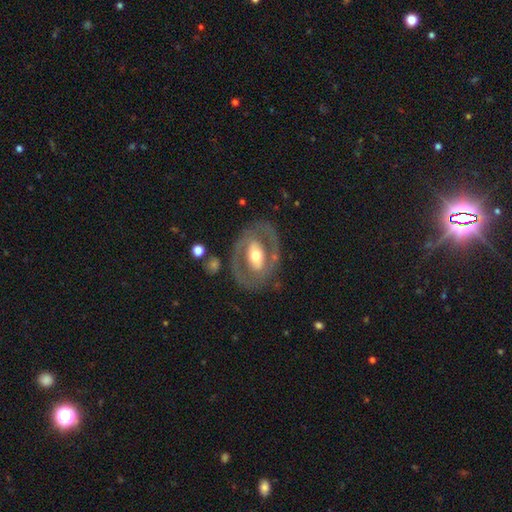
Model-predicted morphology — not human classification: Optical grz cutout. It shows a featured or disk galaxy (71%) with no bar (41%), no spiral arms (59%) and a moderate central bulge (67%). Merging: none (76%).